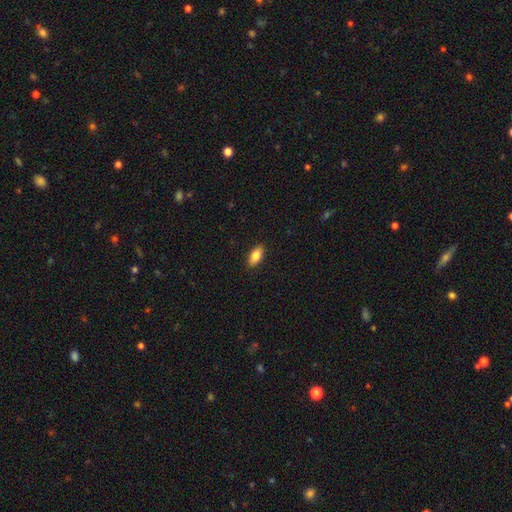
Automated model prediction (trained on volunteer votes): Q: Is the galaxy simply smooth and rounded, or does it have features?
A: smooth — 80%.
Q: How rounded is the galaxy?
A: in between — 87%.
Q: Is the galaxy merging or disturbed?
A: none — 90%.